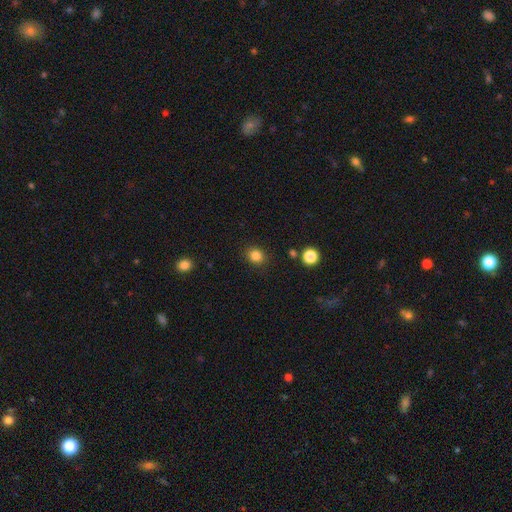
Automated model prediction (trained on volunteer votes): The model was most divided on "how rounded": round: 74%, in between: 26%, cigar-shaped: 1%. More confident: merging — none (88%); smooth or featured — smooth (84%).